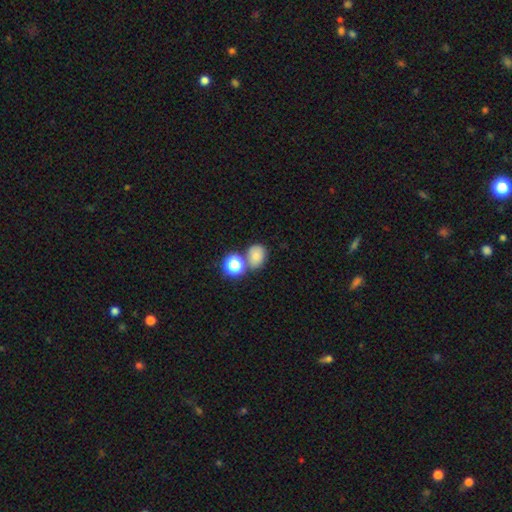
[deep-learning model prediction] This appears to be a smooth galaxy with no disk features (77%) that is in between round and cigar-shaped (51%). Merging: none (60%).